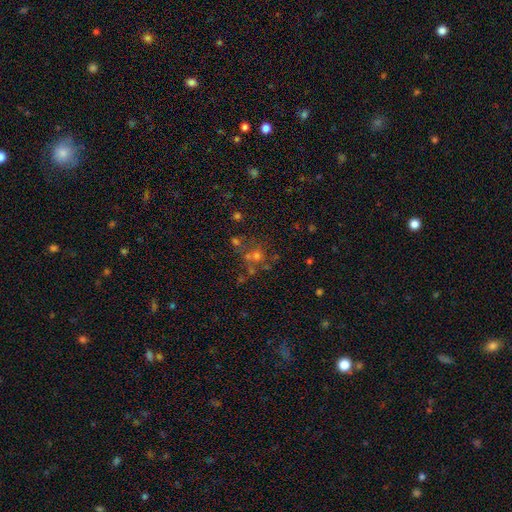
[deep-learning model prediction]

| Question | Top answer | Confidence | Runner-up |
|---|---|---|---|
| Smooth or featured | smooth | 48% | star or artifact (31%) |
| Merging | none | 53% | merger (29%) |